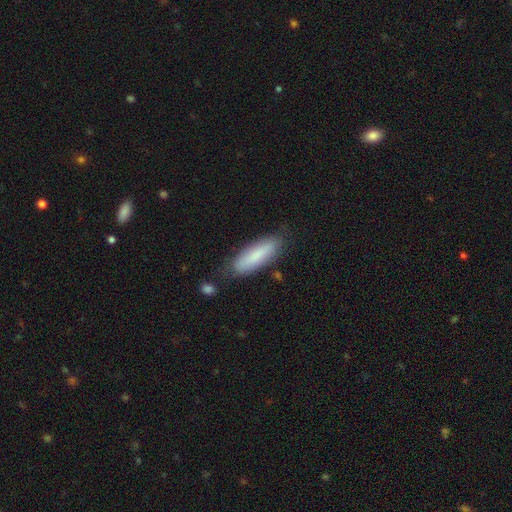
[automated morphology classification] Smooth or featured?
  - smooth: 80% *
  - featured or disk: 14%
  - star or artifact: 6%
How rounded?
  - cigar-shaped: 58% *
  - in between: 40%
  - round: 1%
Merging?
  - none: 78% *
  - minor disturbance: 15%
  - major disturbance: 4%
  - merger: 3%